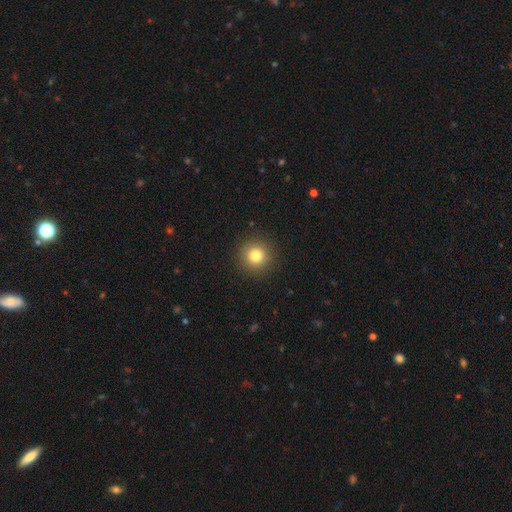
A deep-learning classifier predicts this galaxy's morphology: smooth-or-featured: smooth: 81% | star or artifact: 12% | featured or disk: 7%
  how-rounded: round: 95% | in between: 4% | cigar-shaped: 1%
  merging: none: 91% | minor disturbance: 5% | major disturbance: 2% | merger: 1%